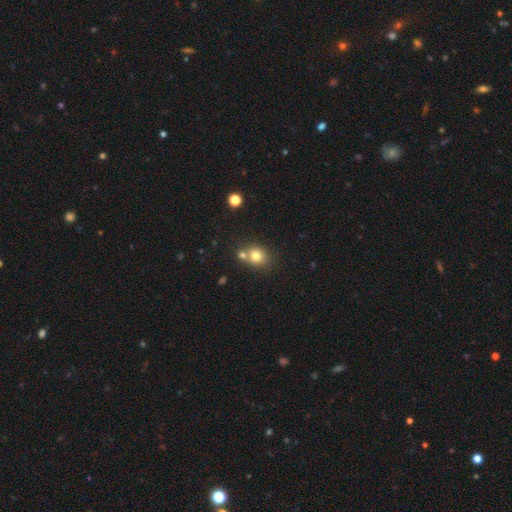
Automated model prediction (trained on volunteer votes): Q: Smooth or featured?
A: smooth (76%); runner-up: star or artifact (13%)
Q: How rounded?
A: round (73%); runner-up: in between (26%)
Q: Merging?
A: none (55%); runner-up: merger (32%)